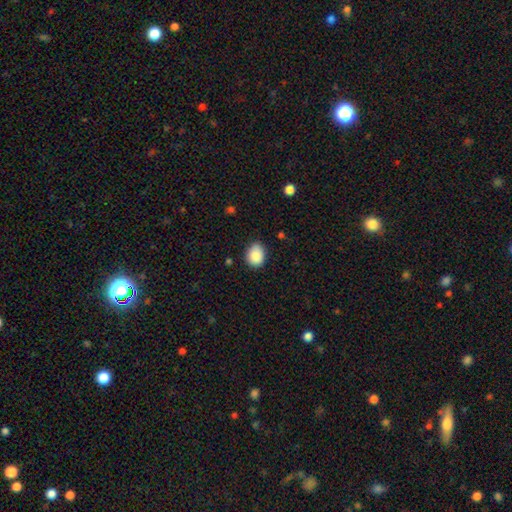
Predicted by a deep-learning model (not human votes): This appears to be a smooth galaxy with no disk features (88%) that is in between round and cigar-shaped (57%). Merging: none (79%).